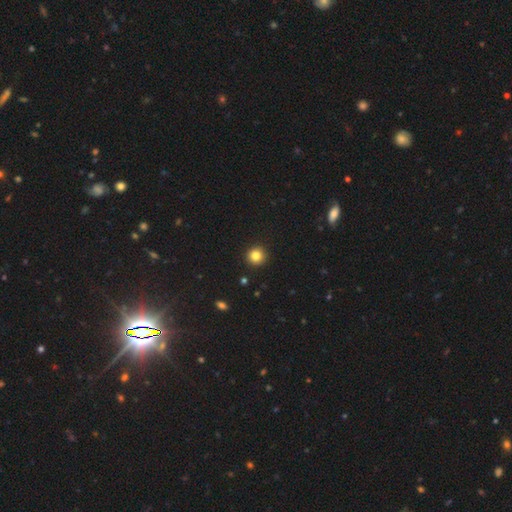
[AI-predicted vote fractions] Smooth or featured?
  - smooth: 83% *
  - star or artifact: 12%
  - featured or disk: 5%
How rounded?
  - round: 95% *
  - in between: 4%
  - cigar-shaped: 1%
Merging?
  - none: 93% *
  - minor disturbance: 4%
  - major disturbance: 2%
  - merger: 1%